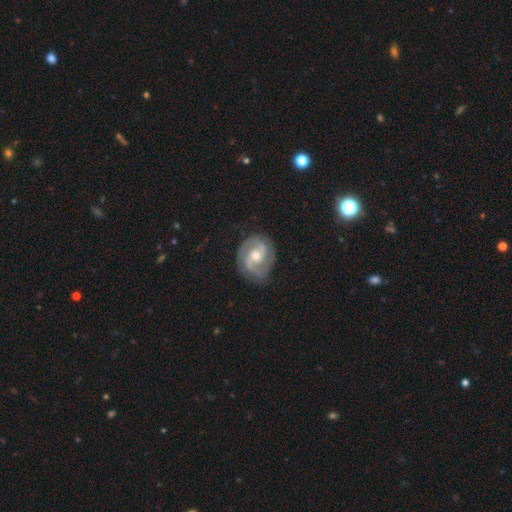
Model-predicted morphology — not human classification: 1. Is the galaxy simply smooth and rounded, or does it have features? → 86% featured or disk, 9% smooth, 5% star or artifact.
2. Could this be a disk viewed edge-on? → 98% no, 2% yes.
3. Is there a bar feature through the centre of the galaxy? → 44% weak, 43% no, 13% strong.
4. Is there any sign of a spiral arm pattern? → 96% yes, 4% no.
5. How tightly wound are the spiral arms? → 49% medium, 37% tight, 13% loose.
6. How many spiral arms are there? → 74% 2, 12% 3, 7% can't tell, 3% 1, 2% 4, 2% more than 4.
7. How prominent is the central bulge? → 70% moderate, 22% small, 5% large, 1% none, 1% dominant.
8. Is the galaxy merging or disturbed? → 77% none, 16% minor disturbance, 5% major disturbance, 1% merger.